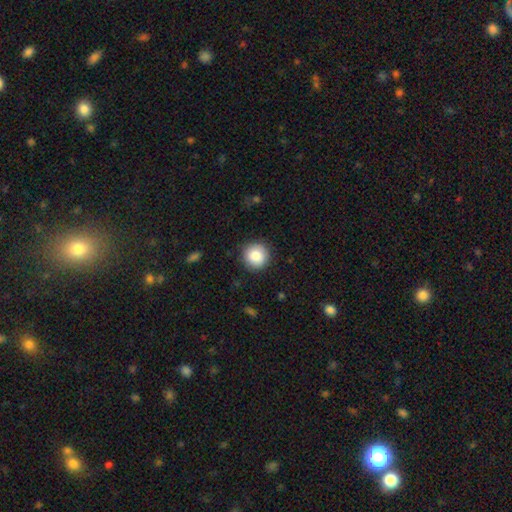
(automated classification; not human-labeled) smooth-or-featured: smooth: 85% | star or artifact: 8% | featured or disk: 6%
  how-rounded: round: 94% | in between: 5% | cigar-shaped: 1%
  merging: none: 88% | minor disturbance: 9% | major disturbance: 2% | merger: 1%